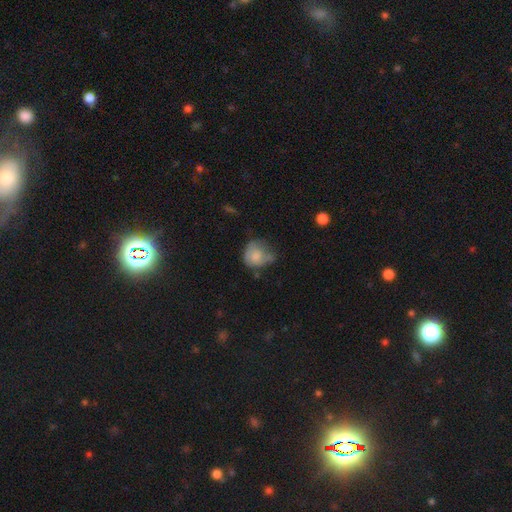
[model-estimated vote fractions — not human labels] This is likely a smooth galaxy (69%). How rounded: likely round (66%). Merging: marginally minor disturbance (38%).